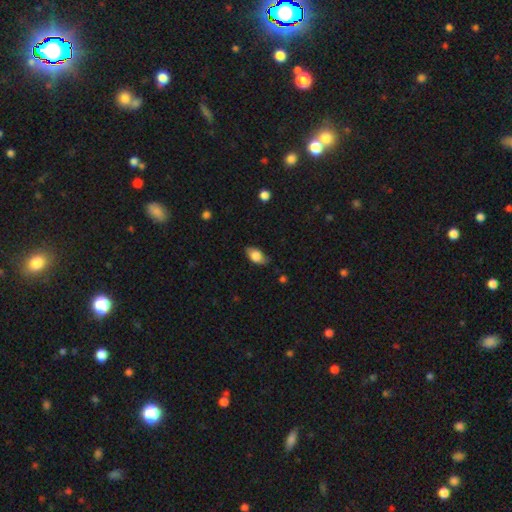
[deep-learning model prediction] Smooth or featured? smooth (80%)
How rounded? in between (90%)
Merging? none (74%)